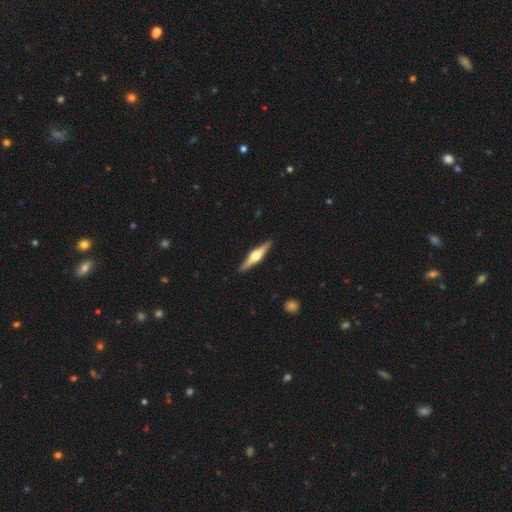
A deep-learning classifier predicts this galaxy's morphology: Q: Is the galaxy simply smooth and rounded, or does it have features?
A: featured or disk — 71%.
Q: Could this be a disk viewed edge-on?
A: yes — 98%.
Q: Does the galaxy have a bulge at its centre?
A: rounded — 93%.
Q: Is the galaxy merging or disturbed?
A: none — 91%.